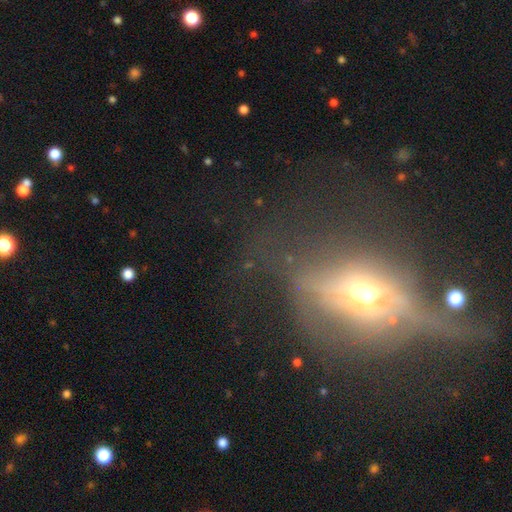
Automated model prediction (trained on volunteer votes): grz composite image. It shows a featured or disk galaxy (48%). Merging: none (43%).